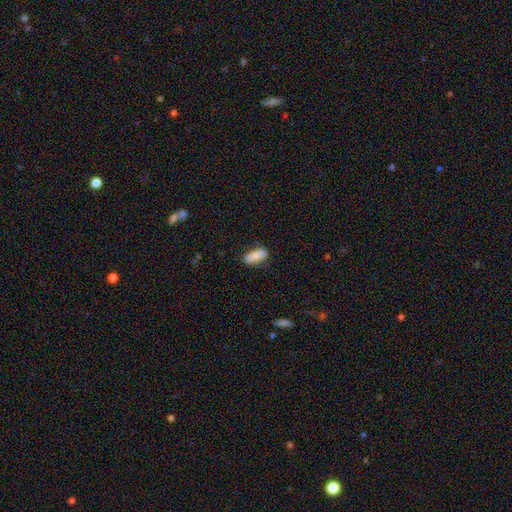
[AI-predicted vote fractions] Smooth or featured? Predicted: smooth (p=0.85). How rounded? Predicted: in between (p=0.85). Merging? Predicted: none (p=0.80).